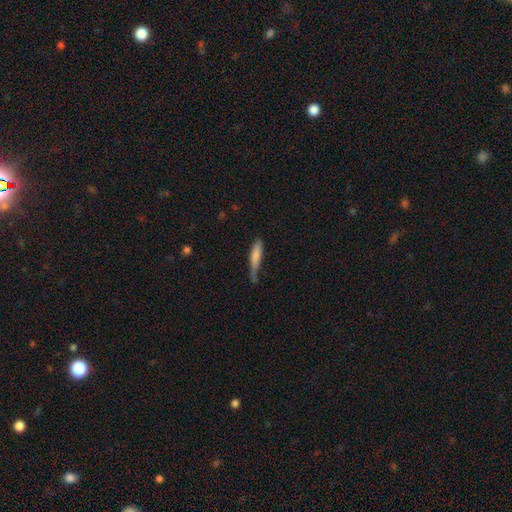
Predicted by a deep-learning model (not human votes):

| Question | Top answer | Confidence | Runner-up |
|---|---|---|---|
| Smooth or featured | smooth | 76% | featured or disk (18%) |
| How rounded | cigar-shaped | 85% | in between (13%) |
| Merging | none | 48% | minor disturbance (37%) |